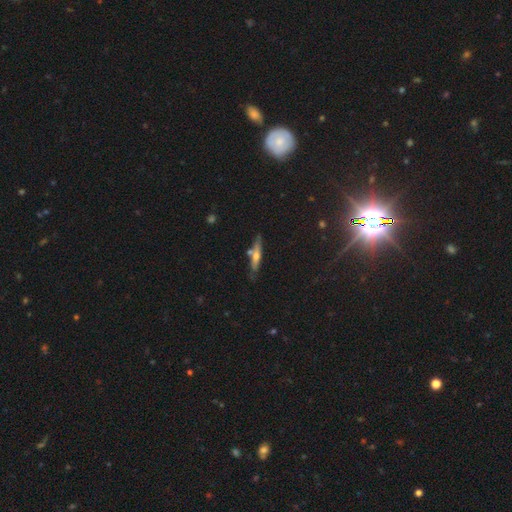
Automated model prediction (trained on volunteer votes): smooth_or_featured: featured or disk (p=0.48) [alt: smooth p=0.43]
merging: none (p=0.73) [alt: minor disturbance p=0.16]